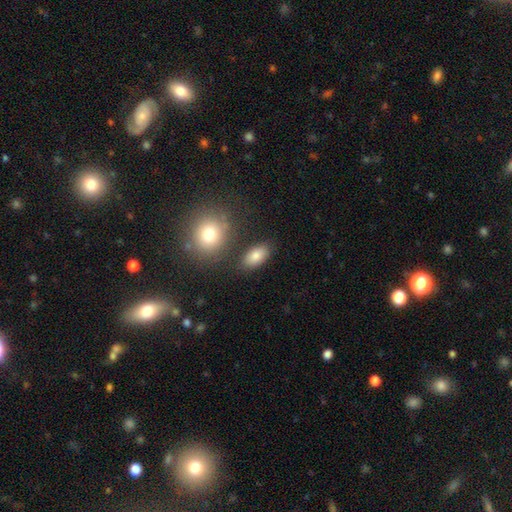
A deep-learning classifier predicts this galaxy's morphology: A smooth galaxy with no disk features (83%) that is in between round and cigar-shaped (91%). Merging: none (79%).